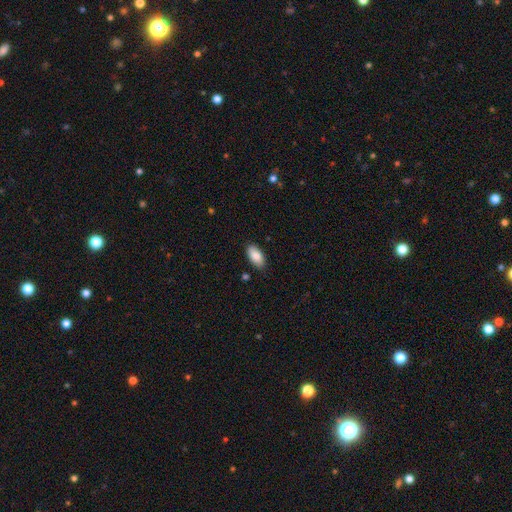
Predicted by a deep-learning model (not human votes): Smooth or featured? smooth (87%)
How rounded? in between (93%)
Merging? none (86%)